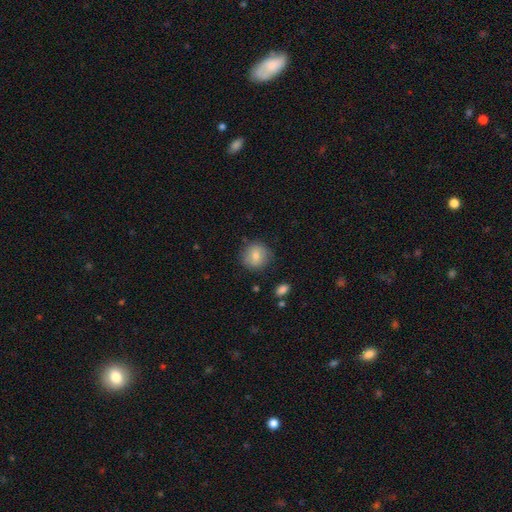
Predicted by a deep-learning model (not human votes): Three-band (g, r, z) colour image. It shows a smooth galaxy with no disk features (77%) that is round (87%). Merging: none (82%).